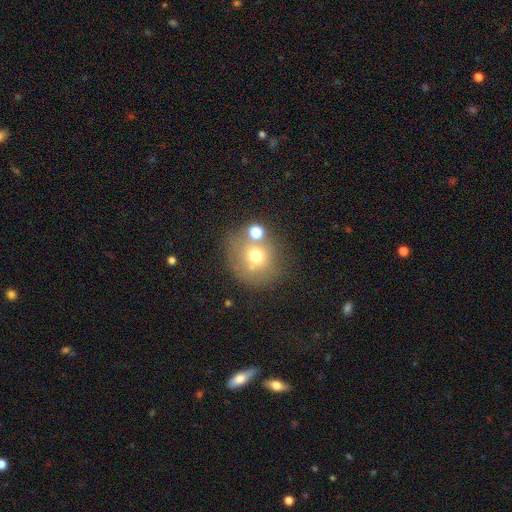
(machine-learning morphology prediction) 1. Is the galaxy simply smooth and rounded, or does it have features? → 64% smooth, 19% featured or disk, 16% star or artifact.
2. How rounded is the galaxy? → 86% round, 13% in between, 1% cigar-shaped.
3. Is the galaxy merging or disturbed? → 62% none, 20% merger, 12% minor disturbance, 6% major disturbance.